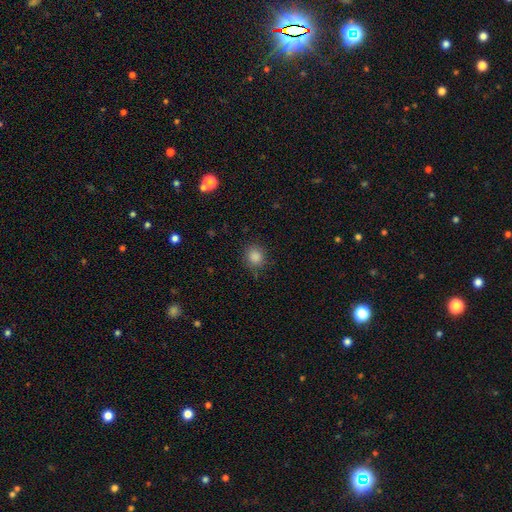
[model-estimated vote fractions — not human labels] Overall: smooth (84%). How rounded: round (83%). Merging: none (86%).